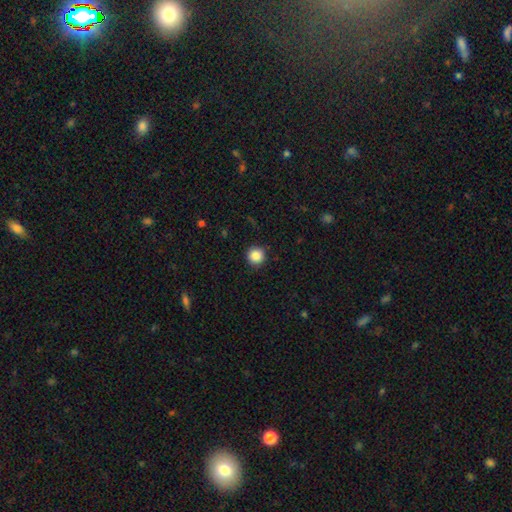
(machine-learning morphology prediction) Smooth or featured: smooth — 86% (star or artifact — 10%)
How rounded: round — 96% (in between — 3%)
Merging: none — 92% (minor disturbance — 5%)